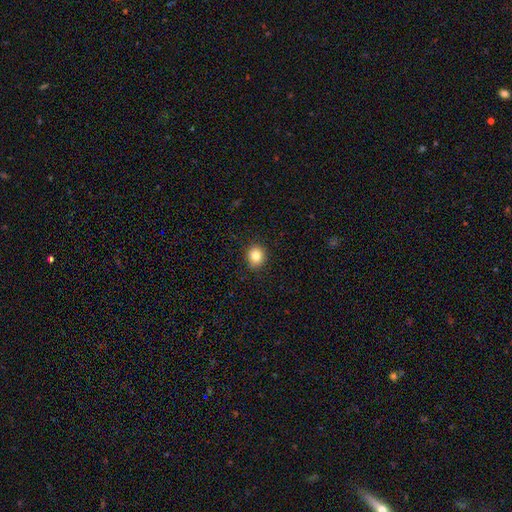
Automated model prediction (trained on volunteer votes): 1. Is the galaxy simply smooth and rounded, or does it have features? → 84% smooth, 10% star or artifact, 6% featured or disk.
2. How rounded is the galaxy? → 78% round, 21% in between, 1% cigar-shaped.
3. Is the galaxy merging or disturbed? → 90% none, 7% minor disturbance, 2% major disturbance, 1% merger.